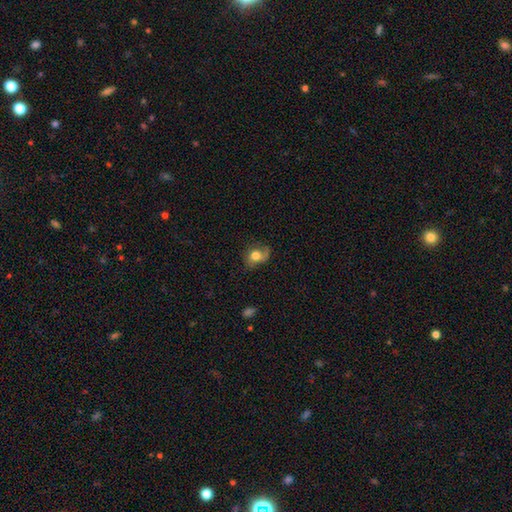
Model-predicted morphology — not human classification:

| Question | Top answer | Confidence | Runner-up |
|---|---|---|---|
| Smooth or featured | smooth | 67% | featured or disk (23%) |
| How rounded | in between | 56% | round (43%) |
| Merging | none | 48% | minor disturbance (31%) |